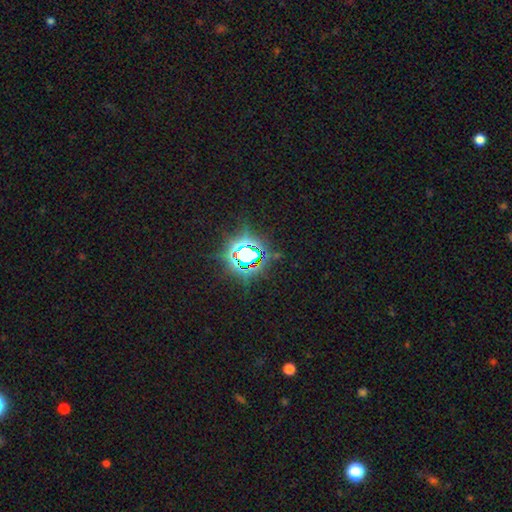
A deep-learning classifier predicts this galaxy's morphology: This is likely a star or artifact rather than a galaxy (78%).